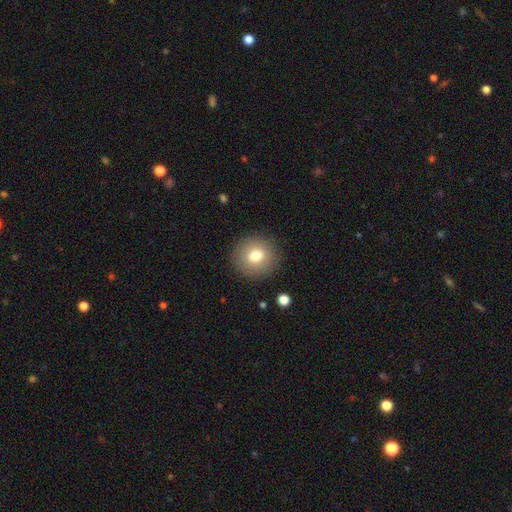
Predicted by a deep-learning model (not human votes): A smooth galaxy with no disk features (77%) that is round (90%). Merging: none (89%).